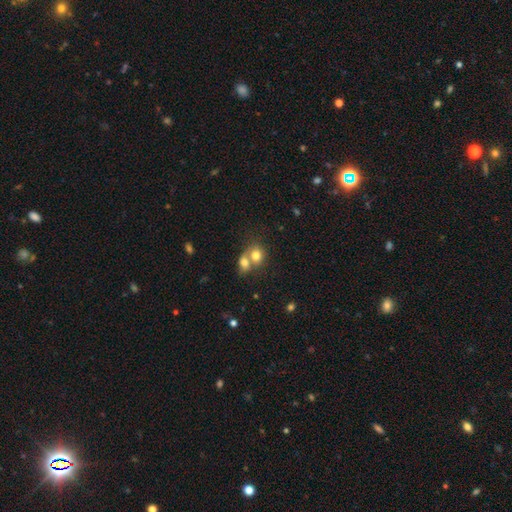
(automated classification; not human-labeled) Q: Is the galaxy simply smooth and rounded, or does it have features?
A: smooth — 76%.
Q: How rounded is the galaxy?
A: round — 67%.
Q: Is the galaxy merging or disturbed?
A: merger — 64%.